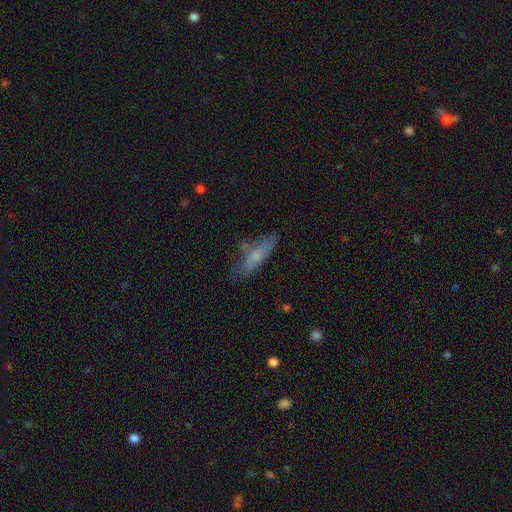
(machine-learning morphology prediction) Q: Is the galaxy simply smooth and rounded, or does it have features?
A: smooth — 65%.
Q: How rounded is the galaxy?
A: cigar-shaped — 63%.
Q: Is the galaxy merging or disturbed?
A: none — 59%.